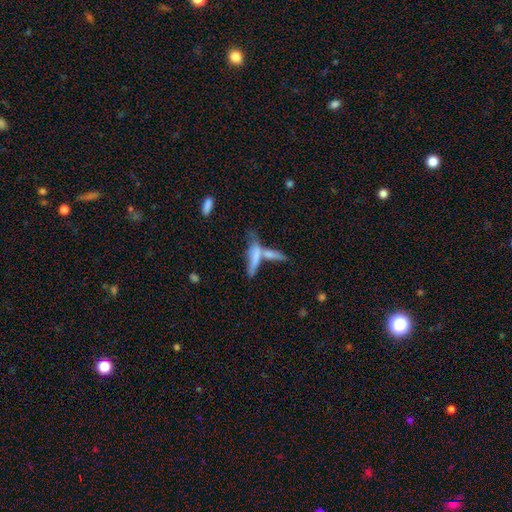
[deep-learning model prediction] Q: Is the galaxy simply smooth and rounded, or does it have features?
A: smooth — 62%.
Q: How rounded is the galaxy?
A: cigar-shaped — 75%.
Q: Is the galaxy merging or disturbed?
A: merger — 52%.